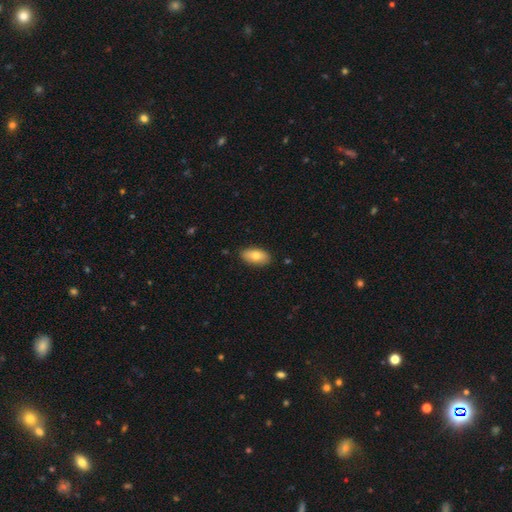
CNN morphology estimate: This appears to be a smooth galaxy with no disk features (76%) that is in between round and cigar-shaped (91%). Merging: none (86%).